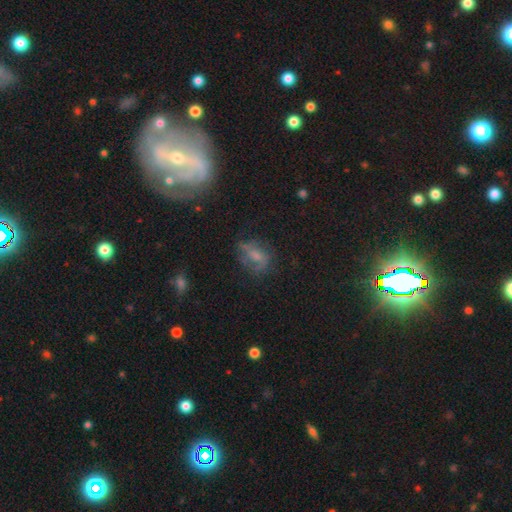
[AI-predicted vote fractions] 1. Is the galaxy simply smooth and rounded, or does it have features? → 43% featured or disk, 39% smooth, 18% star or artifact.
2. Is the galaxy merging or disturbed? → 52% none, 24% minor disturbance, 21% major disturbance, 3% merger.